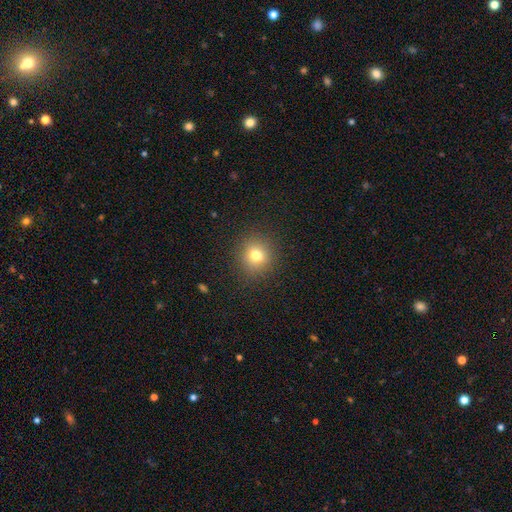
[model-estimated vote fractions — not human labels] This is likely a smooth galaxy (76%). How rounded: clearly round (86%). Merging: clearly none (90%).